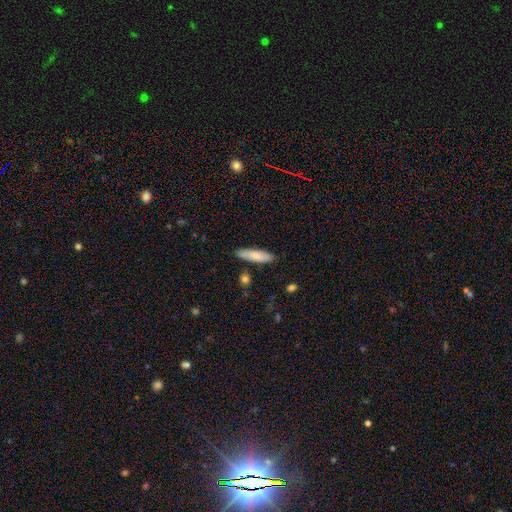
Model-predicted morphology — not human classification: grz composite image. It shows a smooth galaxy with no disk features (76%) that is cigar-shaped (68%). Merging: none (82%).